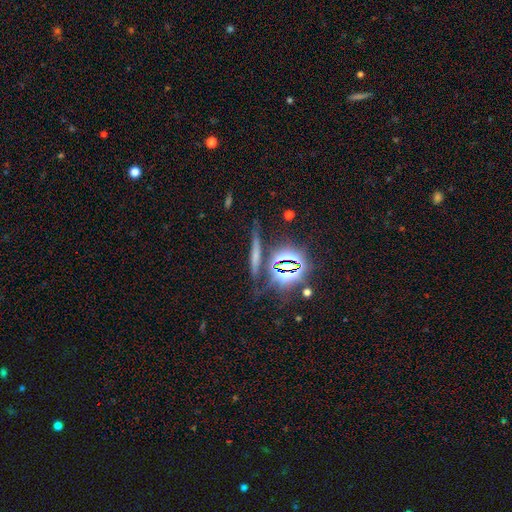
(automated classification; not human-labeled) A smooth galaxy with no disk features (42%). Merging: none (76%).